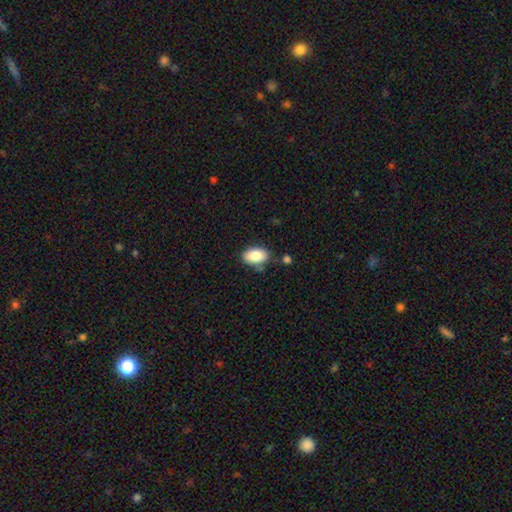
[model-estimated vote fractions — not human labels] smooth 85%, featured or disk 8%, star or artifact 7%. Down the decision tree: how rounded — in between (92%); merging — none (74%).